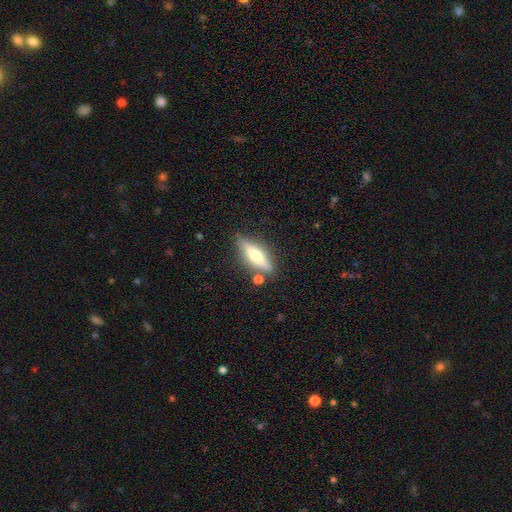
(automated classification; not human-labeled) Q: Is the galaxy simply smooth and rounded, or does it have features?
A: featured or disk — 50%.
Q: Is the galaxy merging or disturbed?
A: none — 79%.